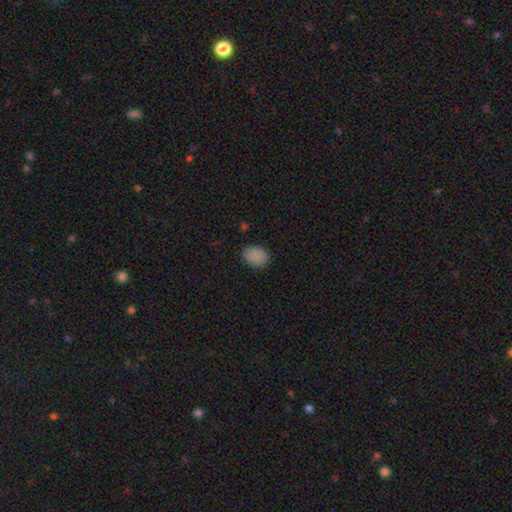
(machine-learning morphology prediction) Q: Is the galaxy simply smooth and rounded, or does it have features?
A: smooth — 87%.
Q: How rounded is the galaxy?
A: in between — 76%.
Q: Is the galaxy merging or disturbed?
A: none — 85%.